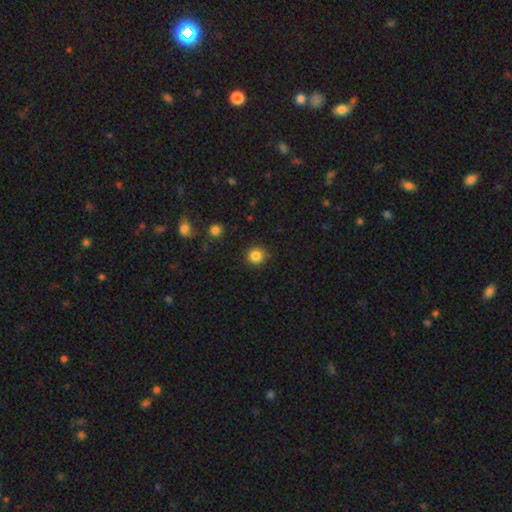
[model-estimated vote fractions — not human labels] Morphology: type=smooth (85%); roundness=round (93%); merging=none (89%).